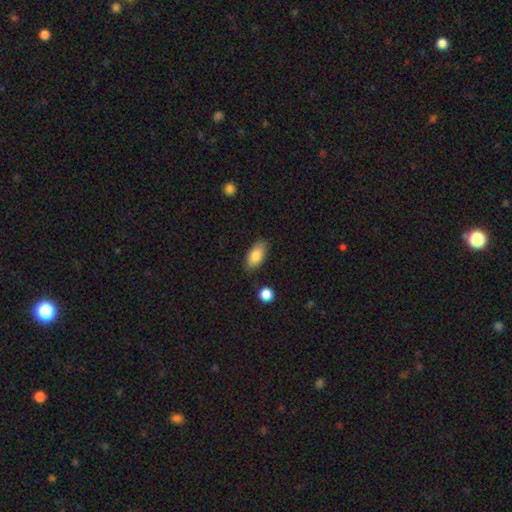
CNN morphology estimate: smooth 83%, featured or disk 11%, star or artifact 7%. Down the decision tree: how rounded — in between (90%); merging — none (84%).